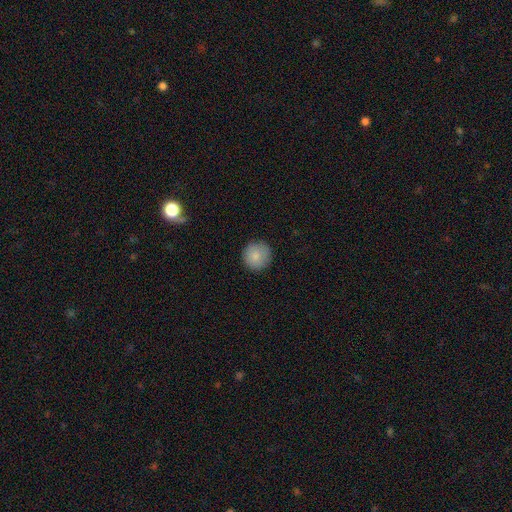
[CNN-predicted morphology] A smooth galaxy with no disk features (85%) that is round (95%). Merging: none (88%).